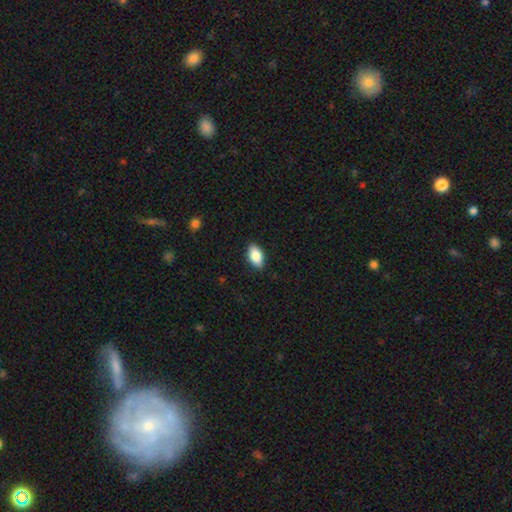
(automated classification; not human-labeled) This appears to be a smooth galaxy with no disk features (85%) that is in between round and cigar-shaped (92%). Merging: none (87%).